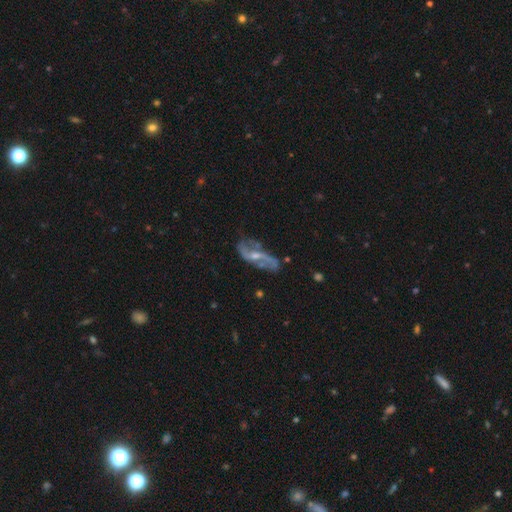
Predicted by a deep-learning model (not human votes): This is clearly a featured or disk galaxy (81%). It is clearly not viewed edge-on (89%). Bar: marginally weak (42%). Spiral arm pattern: clearly yes (89%). Spiral arm count: clearly 2 (84%). Spiral winding: likely loose (65%). Central bulge: possibly small (50%). Merging: likely none (63%).